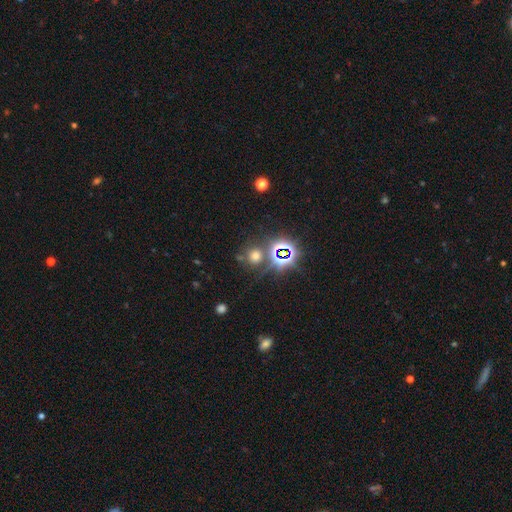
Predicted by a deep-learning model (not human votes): Smooth or featured?
  - smooth: 52% *
  - star or artifact: 40%
  - featured or disk: 8%
How rounded?
  - round: 86% *
  - in between: 12%
  - cigar-shaped: 1%
Merging?
  - none: 73% *
  - merger: 12%
  - minor disturbance: 10%
  - major disturbance: 5%